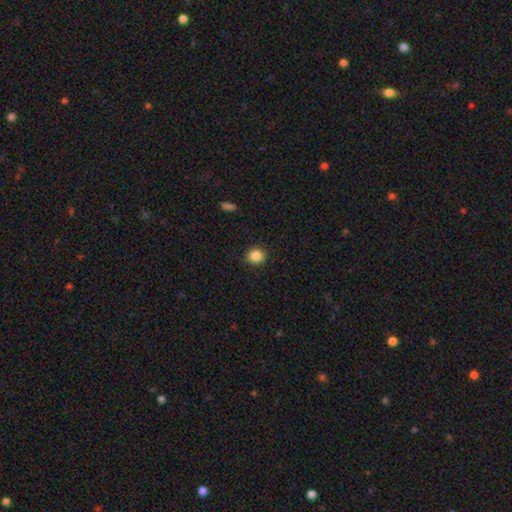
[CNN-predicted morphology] smooth_or_featured: smooth (p=0.86) [alt: star or artifact p=0.10]
how_rounded: round (p=0.82) [alt: in between p=0.17]
merging: none (p=0.91) [alt: minor disturbance p=0.06]